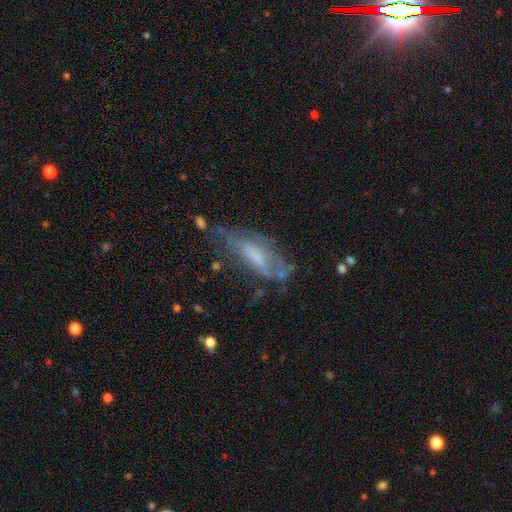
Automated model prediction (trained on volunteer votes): featured or disk 50%, smooth 41%, star or artifact 9%. Down the decision tree: merging — none (46%).